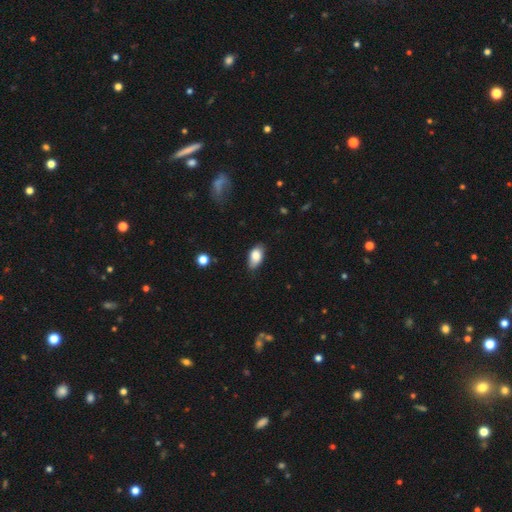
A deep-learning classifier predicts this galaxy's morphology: Smooth or featured: smooth — 84% (featured or disk — 9%)
How rounded: in between — 92% (round — 5%)
Merging: none — 73% (minor disturbance — 22%)